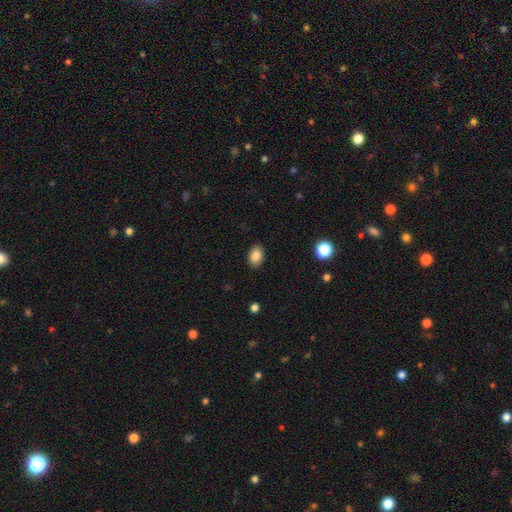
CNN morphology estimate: The model was most divided on "how rounded": in between: 78%, round: 21%, cigar-shaped: 1%. More confident: merging — none (88%); smooth or featured — smooth (86%).